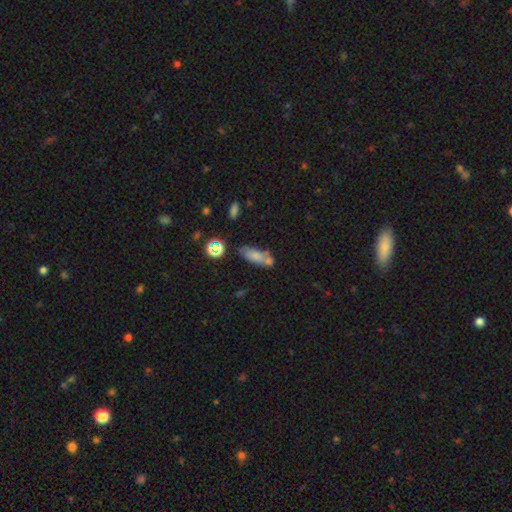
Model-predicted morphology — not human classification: A smooth galaxy with no disk features (69%) that is in between round and cigar-shaped (67%).

Vote fractions:
- Smooth or featured? smooth: 69% / featured or disk: 18% / star or artifact: 13%
- How rounded? in between: 67% / cigar-shaped: 29% / round: 4%
- Merging? none: 49% / merger: 25% / minor disturbance: 19% / major disturbance: 7%